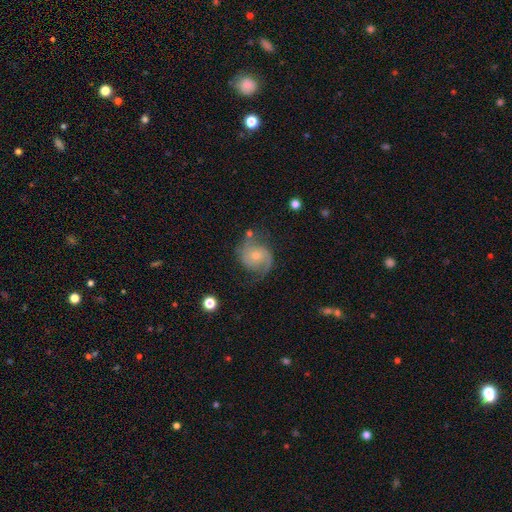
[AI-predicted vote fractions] A featured or disk galaxy (82%) with no bar (68%), 2 (87%) medium (50%) spiral arms (96%) and a small central bulge (52%). Merging: none (68%).